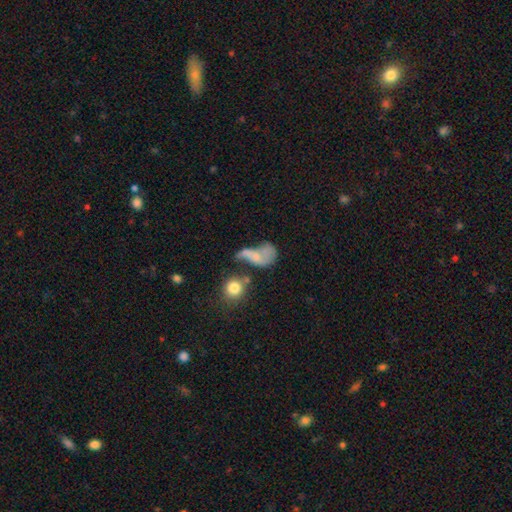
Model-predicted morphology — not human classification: Smooth or featured? smooth (50%)
How rounded? in between (71%)
Merging? merger (34%)